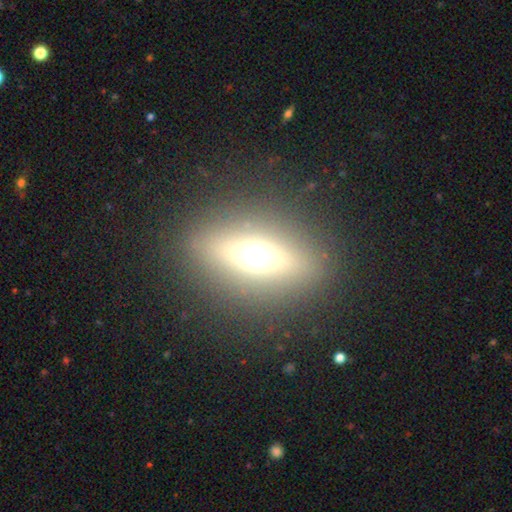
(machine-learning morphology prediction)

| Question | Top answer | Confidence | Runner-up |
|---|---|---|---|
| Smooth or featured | featured or disk | 48% | smooth (37%) |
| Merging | none | 87% | minor disturbance (8%) |